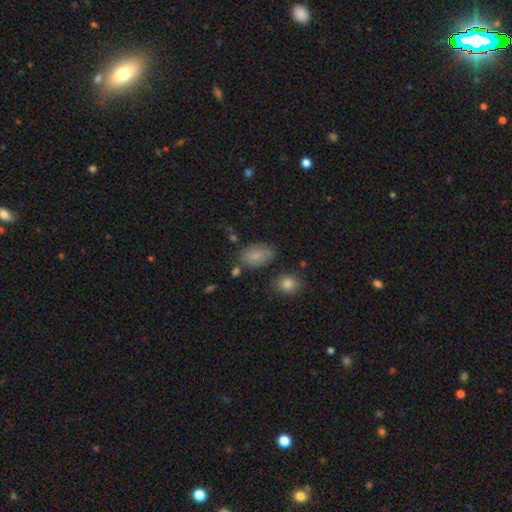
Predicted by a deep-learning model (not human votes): Morphology: type=smooth (77%); roundness=in between (88%); merging=none (72%).